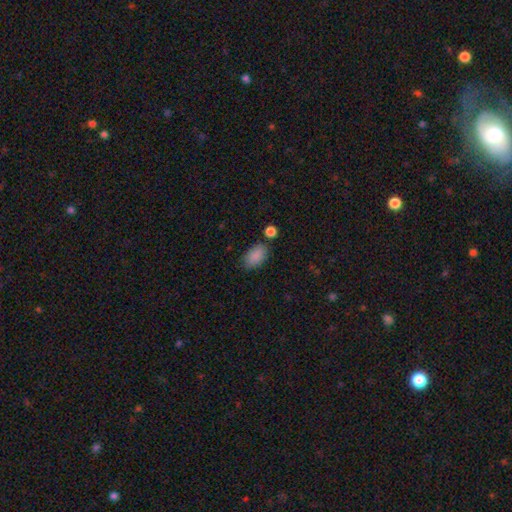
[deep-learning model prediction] Smooth or featured: smooth — 88% (star or artifact — 7%)
How rounded: in between — 92% (round — 7%)
Merging: none — 76% (minor disturbance — 14%)